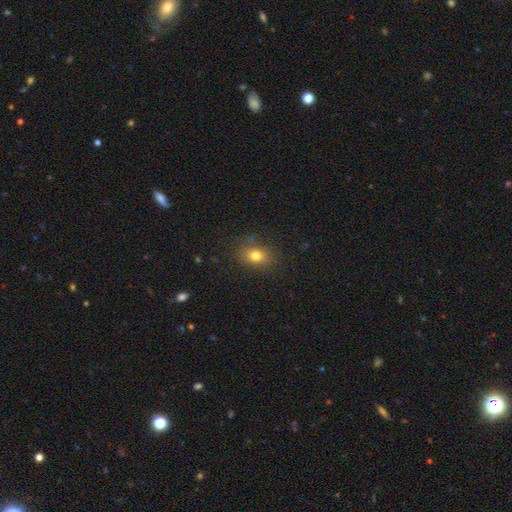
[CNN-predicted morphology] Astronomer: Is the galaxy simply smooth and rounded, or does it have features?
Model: smooth — 78%.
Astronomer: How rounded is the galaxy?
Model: in between — 61% (runner-up: round, 38%).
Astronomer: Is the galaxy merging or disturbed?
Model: none — 81%.